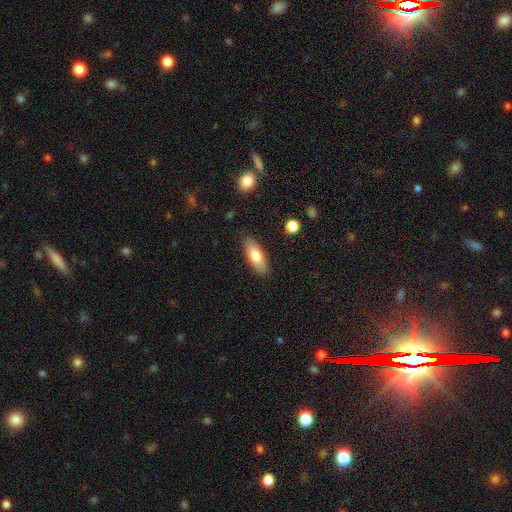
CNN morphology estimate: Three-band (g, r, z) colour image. It shows a smooth galaxy with no disk features (77%) that is in between round and cigar-shaped (72%). Merging: none (86%).